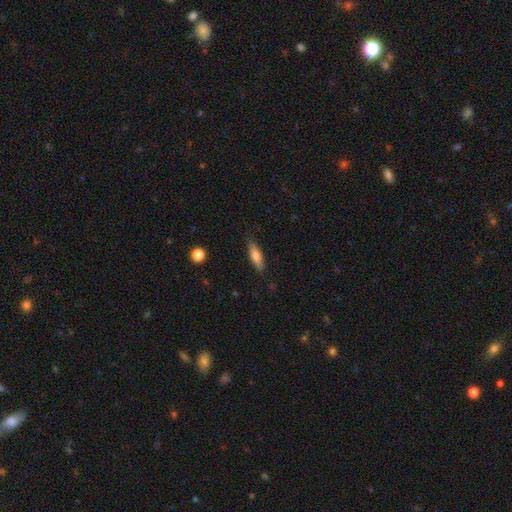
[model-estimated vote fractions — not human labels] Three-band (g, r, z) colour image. It shows a smooth galaxy with no disk features (71%) that is cigar-shaped (58%). Merging: none (83%).